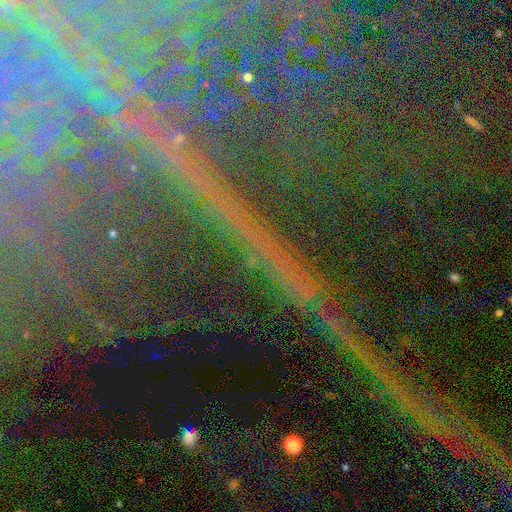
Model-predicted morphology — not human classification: Overall: star or artifact (81%).